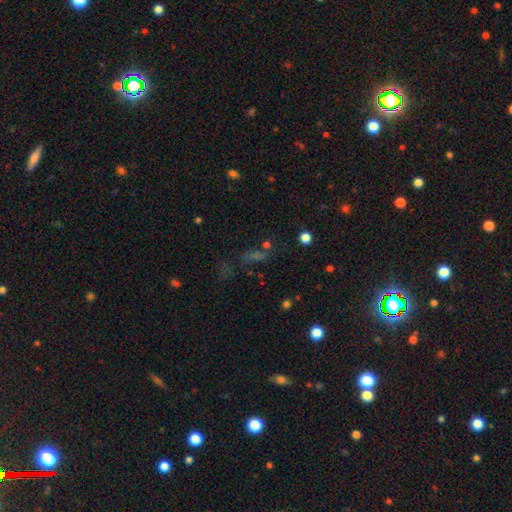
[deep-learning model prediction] This is possibly a star or artifact rather than a galaxy (49%).